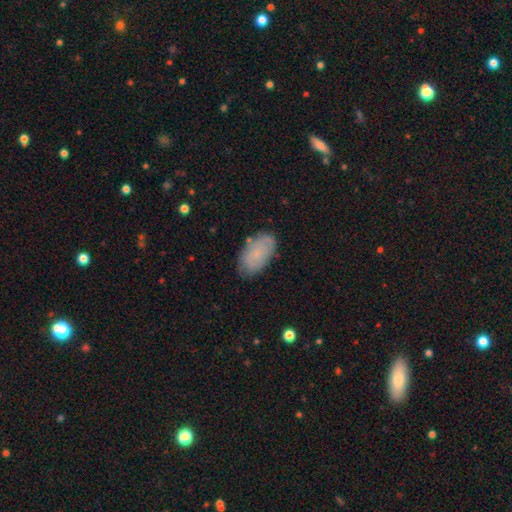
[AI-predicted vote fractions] smooth 73%, featured or disk 20%, star or artifact 7%. Down the decision tree: how rounded — in between (94%); merging — none (77%).